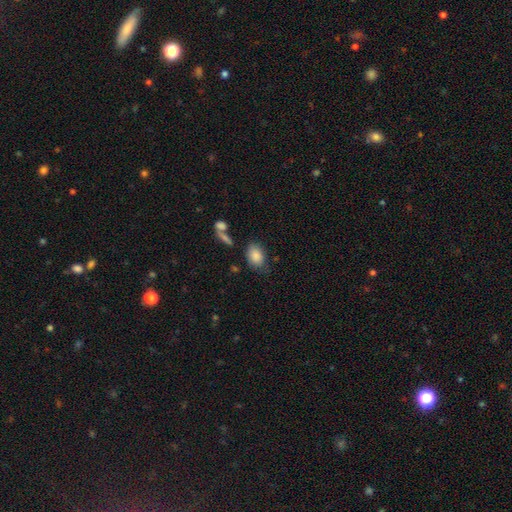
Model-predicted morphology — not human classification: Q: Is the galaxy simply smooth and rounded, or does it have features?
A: smooth — 86%.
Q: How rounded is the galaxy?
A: in between — 85%.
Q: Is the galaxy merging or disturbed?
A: none — 68%.